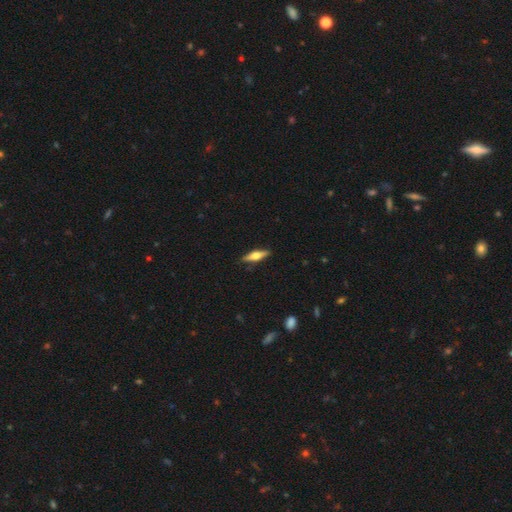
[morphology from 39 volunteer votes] This appears to be a featured or disk galaxy (74%) viewed edge-on (100%) with a rounded central bulge (93%). Merging: none (87%).